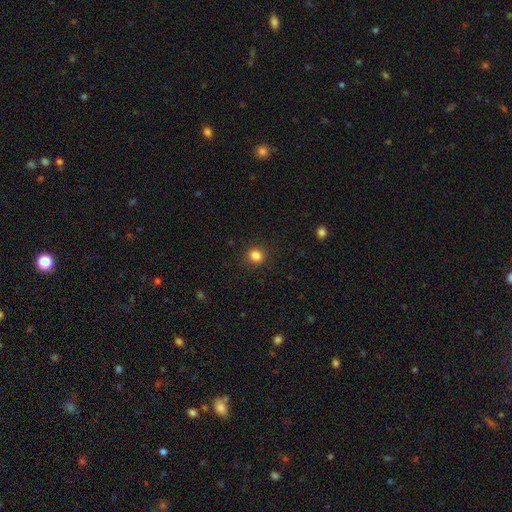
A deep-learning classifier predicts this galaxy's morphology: Overall: smooth (83%). How rounded: round (87%). Merging: none (91%).